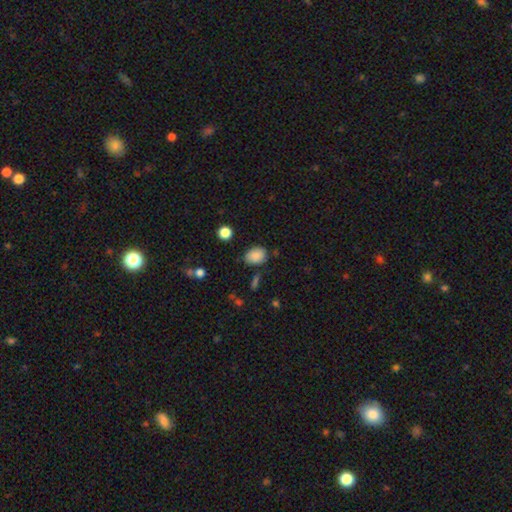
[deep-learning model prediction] smooth 86%, star or artifact 9%, featured or disk 5%. Down the decision tree: how rounded — in between (67%); merging — none (72%).